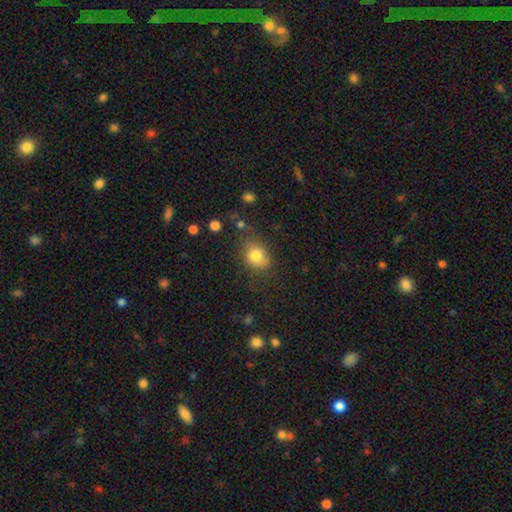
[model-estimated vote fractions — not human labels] Smooth or featured? Predicted: smooth (p=0.80). How rounded? Predicted: in between (p=0.50). Merging? Predicted: none (p=0.64).